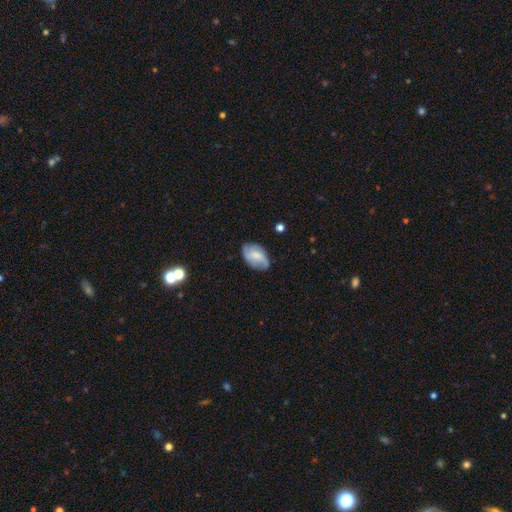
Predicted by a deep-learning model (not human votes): smooth_or_featured: featured or disk (p=0.50) [alt: smooth p=0.43]
merging: none (p=0.67) [alt: minor disturbance p=0.24]